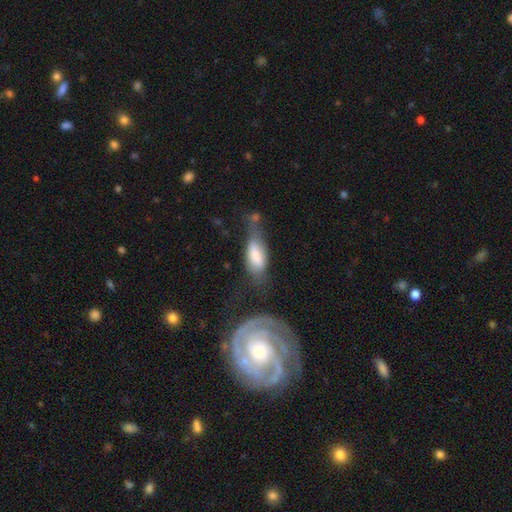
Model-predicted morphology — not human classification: The model was most divided on "merging" (2-way tie): minor disturbance: 30%, none: 30%, major disturbance: 28%, merger: 13%. More confident: how rounded — in between (71%); smooth or featured — smooth (65%).